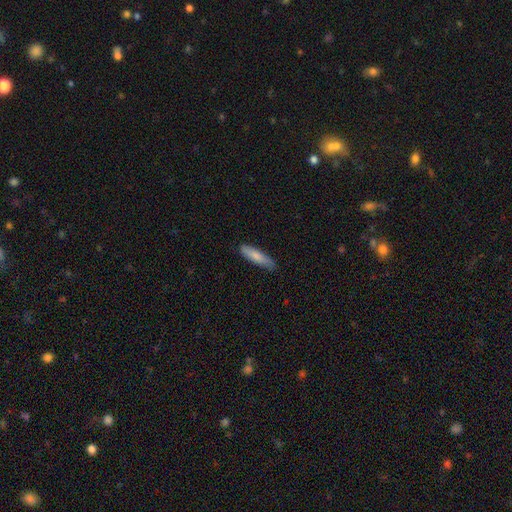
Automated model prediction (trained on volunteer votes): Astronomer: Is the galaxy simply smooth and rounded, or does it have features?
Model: smooth — 80%.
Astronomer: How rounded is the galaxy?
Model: cigar-shaped — 76%.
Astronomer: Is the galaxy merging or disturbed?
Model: none — 82%.